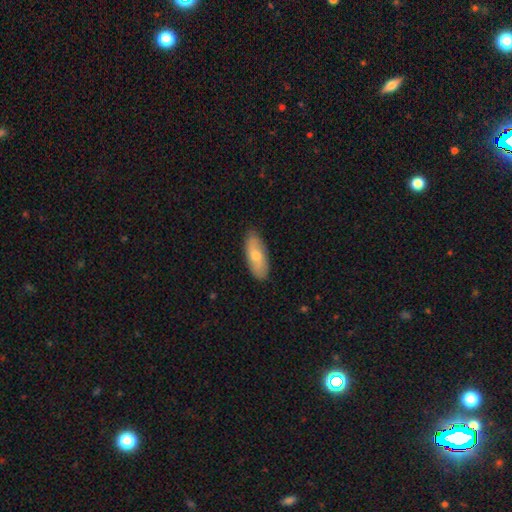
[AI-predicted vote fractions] Smooth or featured: smooth — 67% (featured or disk — 27%)
How rounded: in between — 76% (cigar-shaped — 21%)
Merging: none — 87% (minor disturbance — 11%)